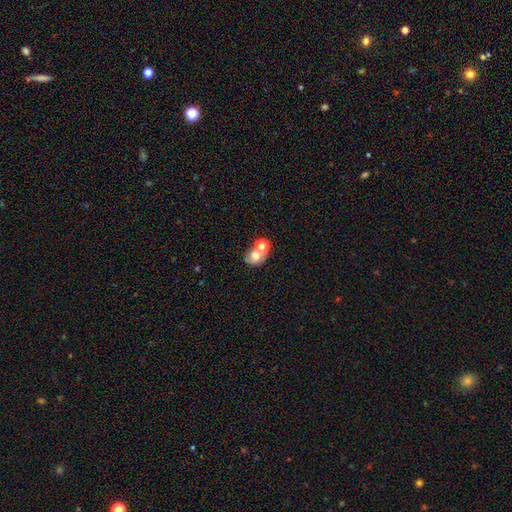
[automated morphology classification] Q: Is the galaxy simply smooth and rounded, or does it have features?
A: smooth — 61%.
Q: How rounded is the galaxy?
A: round — 55%.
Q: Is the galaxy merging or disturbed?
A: merger — 52%.